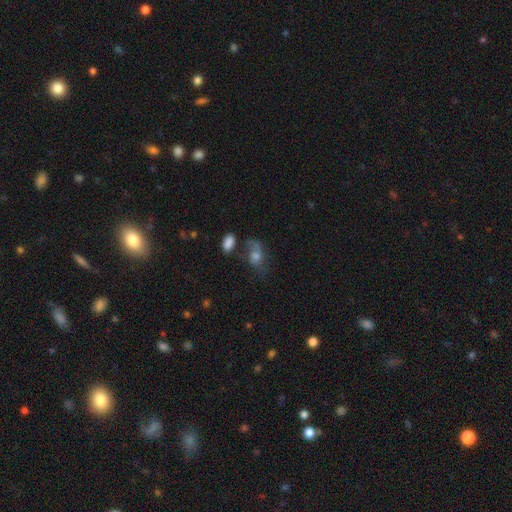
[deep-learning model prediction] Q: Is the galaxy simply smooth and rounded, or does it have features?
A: smooth — 43%.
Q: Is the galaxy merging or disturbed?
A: none — 42%.